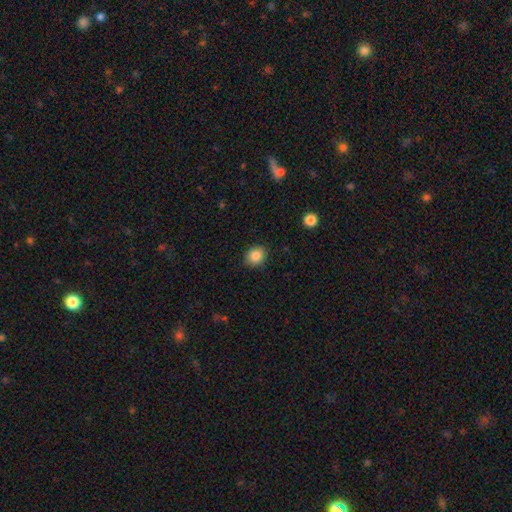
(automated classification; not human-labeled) Overall: smooth (85%). How rounded: round (65%; in between 34%). Merging: none (87%).